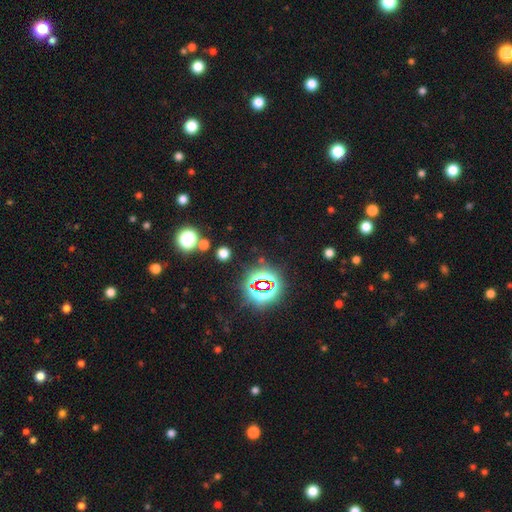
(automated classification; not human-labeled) Smooth or featured?
  - star or artifact: 79% *
  - smooth: 13%
  - featured or disk: 7%